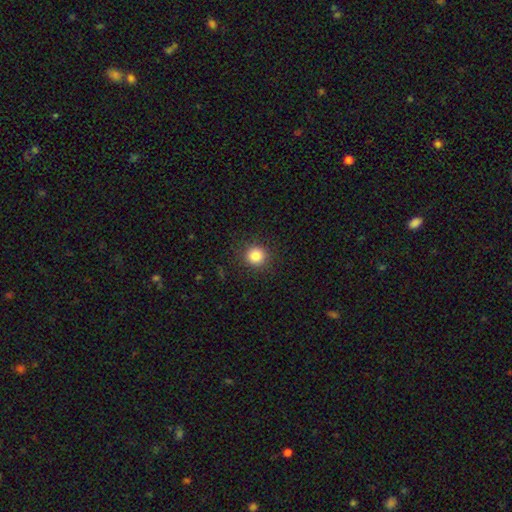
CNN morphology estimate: Smooth or featured? smooth (84%)
How rounded? round (93%)
Merging? none (90%)